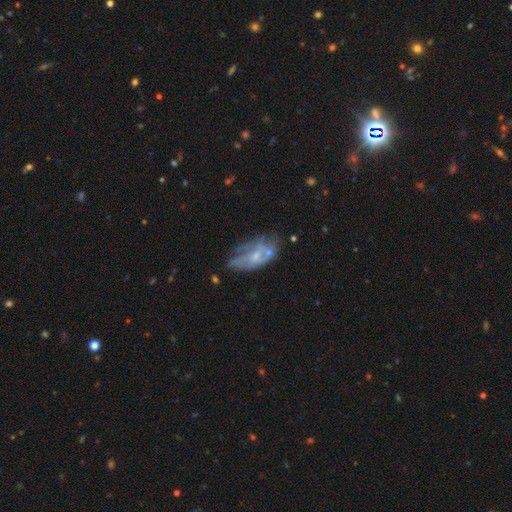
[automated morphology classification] smooth_or_featured: featured or disk (p=0.59) [alt: smooth p=0.32]
disk_edge_on: no (p=0.93) [alt: yes p=0.07]
bar: no (p=0.72) [alt: weak p=0.23]
has_spiral_arms: no (p=0.59) [alt: yes p=0.41]
bulge_size: small (p=0.47) [alt: moderate p=0.27]
merging: none (p=0.40) [alt: minor disturbance p=0.26]